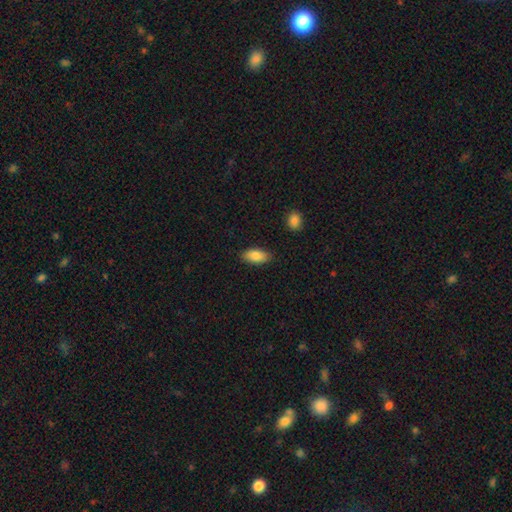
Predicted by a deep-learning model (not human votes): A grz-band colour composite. It shows a smooth galaxy with no disk features (86%) that is in between round and cigar-shaped (90%). Merging: none (85%).